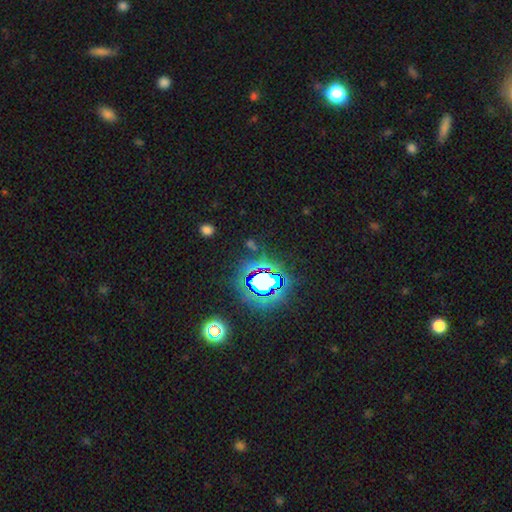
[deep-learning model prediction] This appears to be a star or artifact, not a galaxy (78%).